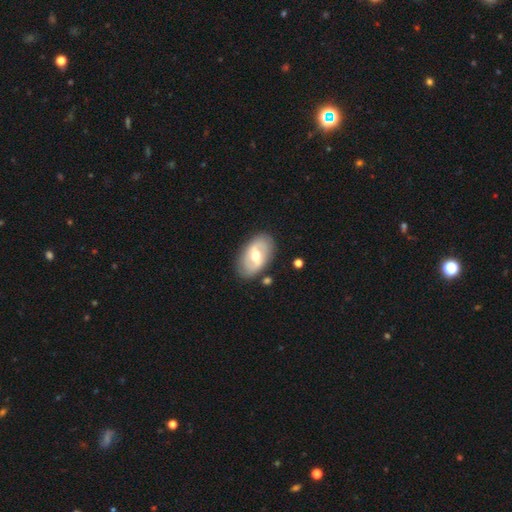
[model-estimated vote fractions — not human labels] Smooth or featured? Predicted: featured or disk (p=0.65). Edge-on disk? Predicted: no (p=0.93). Bar? Predicted: weak (p=0.47). Spiral arms? Predicted: yes (p=0.60). Bulge size? Predicted: moderate (p=0.75). Merging? Predicted: none (p=0.82).